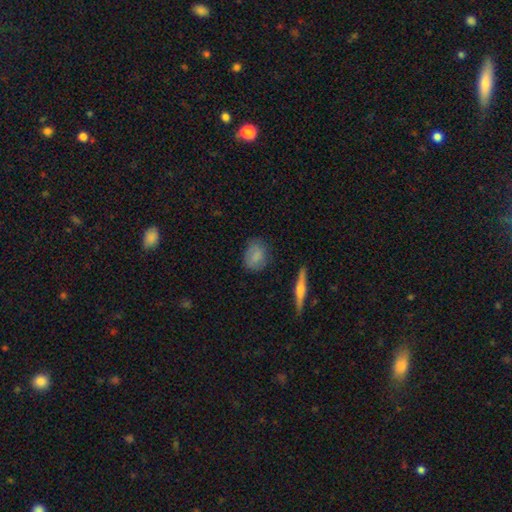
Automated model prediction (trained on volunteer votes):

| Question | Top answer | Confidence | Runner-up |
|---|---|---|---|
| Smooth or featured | smooth | 78% | featured or disk (14%) |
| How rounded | in between | 64% | round (33%) |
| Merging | none | 74% | minor disturbance (19%) |